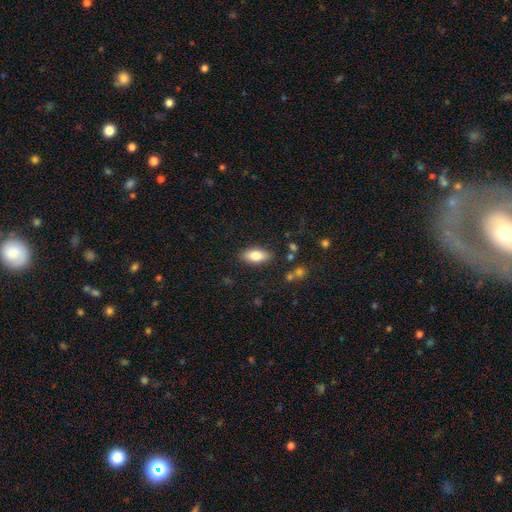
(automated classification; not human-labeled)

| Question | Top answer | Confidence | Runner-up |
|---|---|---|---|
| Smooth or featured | smooth | 80% | featured or disk (14%) |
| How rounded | in between | 88% | cigar-shaped (9%) |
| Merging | none | 86% | minor disturbance (10%) |